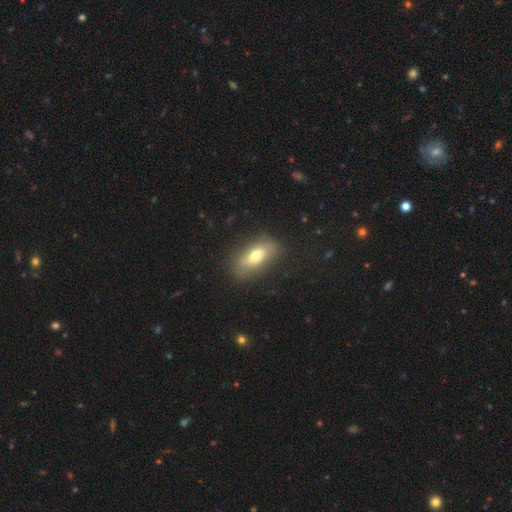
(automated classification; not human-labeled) Q: Smooth or featured?
A: smooth (69%); runner-up: featured or disk (23%)
Q: How rounded?
A: in between (83%); runner-up: cigar-shaped (11%)
Q: Merging?
A: none (77%); runner-up: minor disturbance (16%)